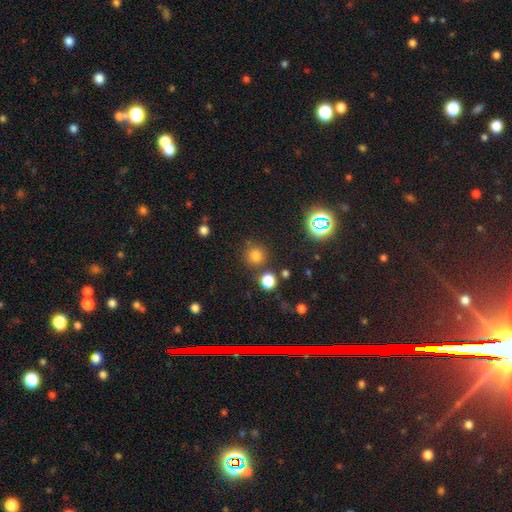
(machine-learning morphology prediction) This is likely a smooth galaxy (75%). How rounded: clearly round (93%). Merging: clearly none (81%).